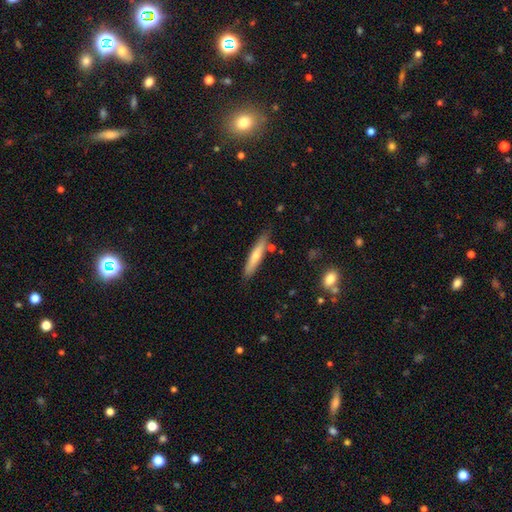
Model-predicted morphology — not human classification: Overall: smooth (52%; featured or disk 42%). How rounded: cigar-shaped (90%). Merging: none (83%).